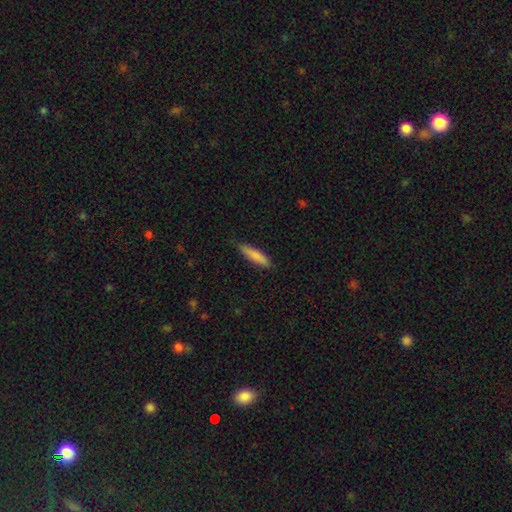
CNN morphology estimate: A smooth galaxy with no disk features (85%) that is cigar-shaped (77%). Merging: none (84%).